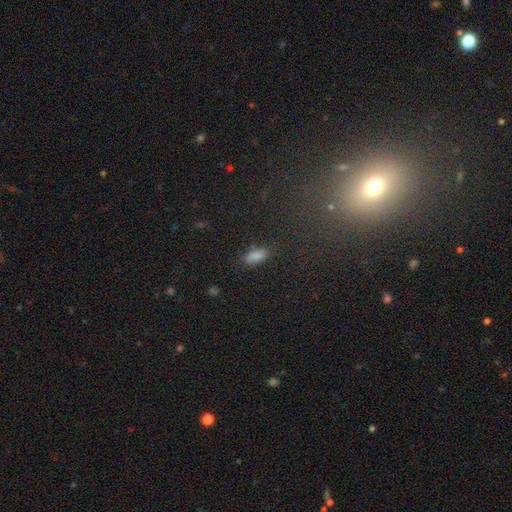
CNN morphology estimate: Overall: smooth (79%). How rounded: in between (76%). Merging: none (82%).